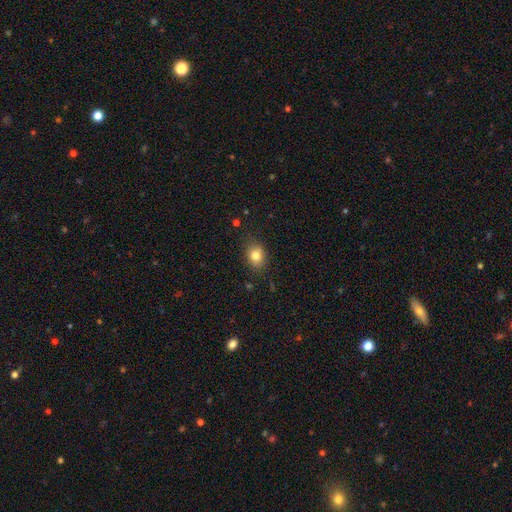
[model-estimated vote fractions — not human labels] Smooth or featured?
  - smooth: 81% *
  - star or artifact: 11%
  - featured or disk: 8%
How rounded?
  - in between: 55% *
  - round: 44%
  - cigar-shaped: 1%
Merging?
  - none: 80% *
  - minor disturbance: 15%
  - major disturbance: 3%
  - merger: 1%